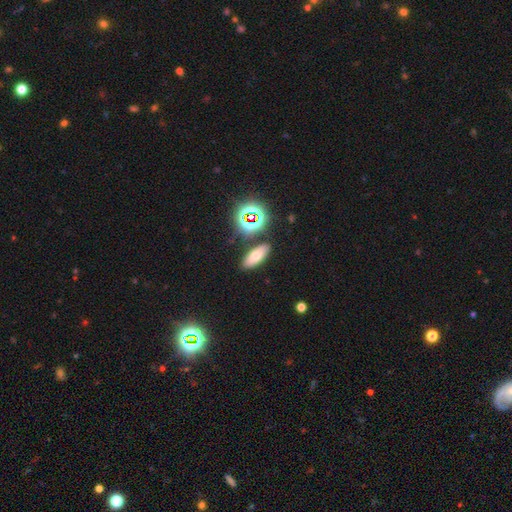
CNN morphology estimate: Smooth or featured? smooth (61%)
How rounded? in between (71%)
Merging? none (84%)